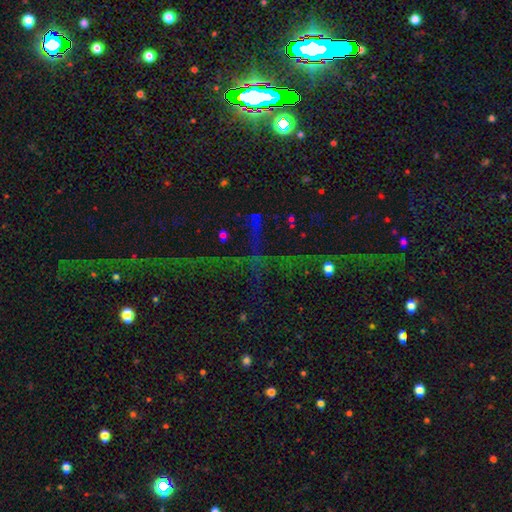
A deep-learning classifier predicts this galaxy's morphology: type=star or artifact (76%).